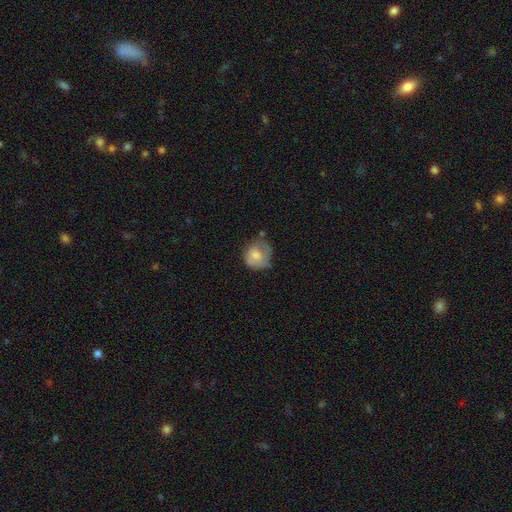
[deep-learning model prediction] smooth-or-featured: smooth: 68% | featured or disk: 24% | star or artifact: 8%
  how-rounded: round: 76% | in between: 23% | cigar-shaped: 1%
  merging: none: 42% | minor disturbance: 34% | major disturbance: 19% | merger: 5%